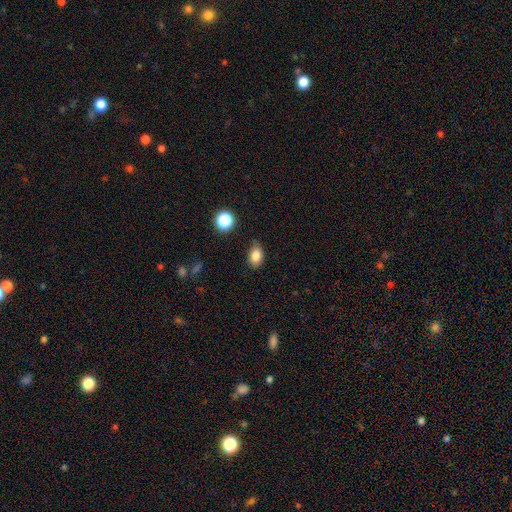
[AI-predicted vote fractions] A smooth galaxy with no disk features (84%) that is in between round and cigar-shaped (82%).

Vote fractions:
- Smooth or featured? smooth: 84% / star or artifact: 10% / featured or disk: 6%
- How rounded? in between: 82% / round: 16% / cigar-shaped: 2%
- Merging? none: 74% / minor disturbance: 20% / major disturbance: 3% / merger: 2%